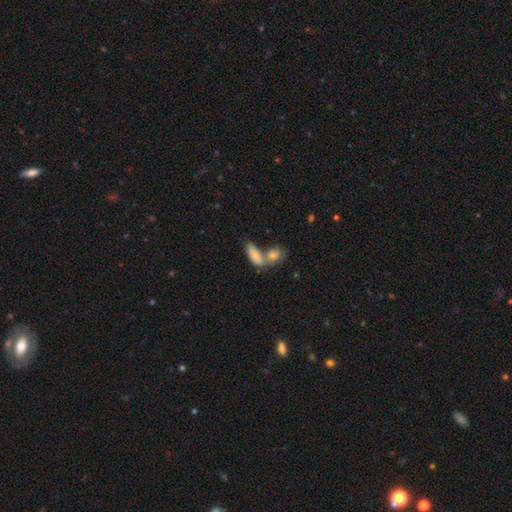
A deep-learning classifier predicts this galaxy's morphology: smooth-or-featured: smooth: 80% | featured or disk: 13% | star or artifact: 7%
  how-rounded: in between: 81% | cigar-shaped: 14% | round: 5%
  merging: merger: 57% | none: 28% | minor disturbance: 10% | major disturbance: 4%